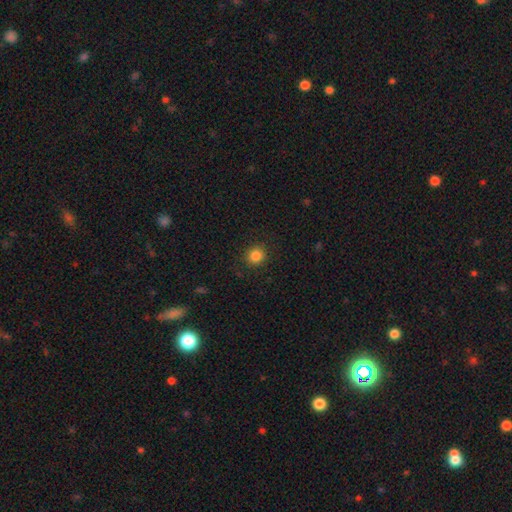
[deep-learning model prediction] Q: Smooth or featured?
A: smooth (85%); runner-up: star or artifact (11%)
Q: How rounded?
A: round (90%); runner-up: in between (9%)
Q: Merging?
A: none (90%); runner-up: minor disturbance (6%)